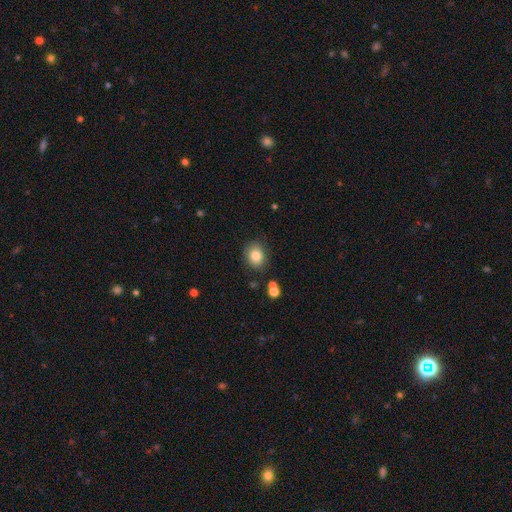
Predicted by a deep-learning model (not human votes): Smooth or featured? Predicted: smooth (p=0.84). How rounded? Predicted: round (p=0.60). Merging? Predicted: none (p=0.81).